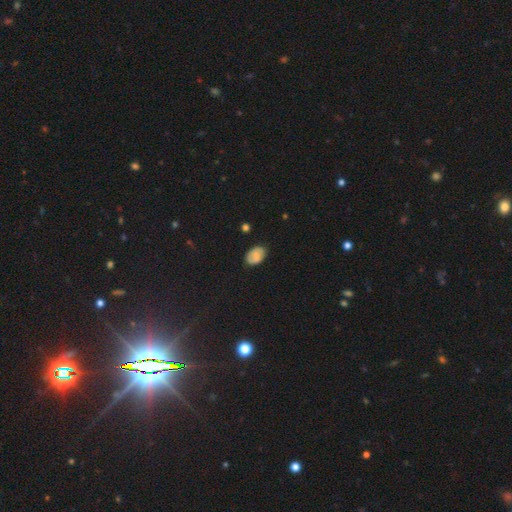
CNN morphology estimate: Smooth or featured? Predicted: smooth (p=0.65). How rounded? Predicted: in between (p=0.87). Merging? Predicted: none (p=0.78).